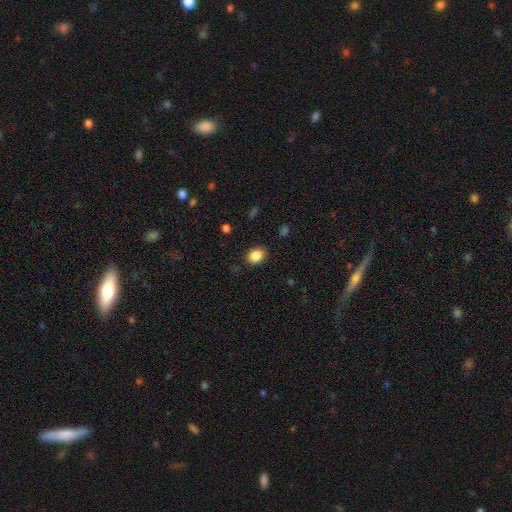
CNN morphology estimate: This appears to be a smooth galaxy with no disk features (87%) that is in between round and cigar-shaped (61%). Merging: none (86%).